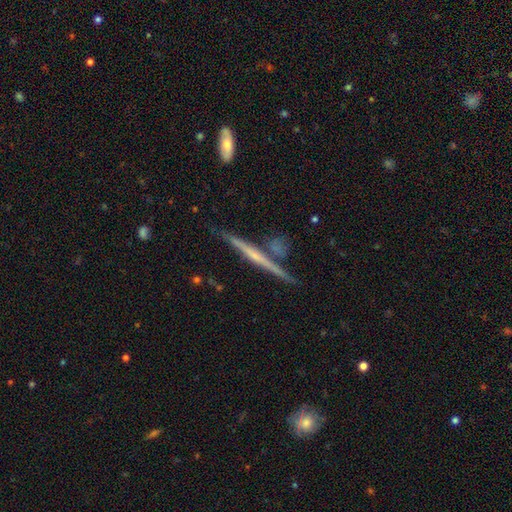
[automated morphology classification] This appears to be a featured or disk galaxy (75%) viewed edge-on (97%) with no central bulge (48%). Merging: none (79%).